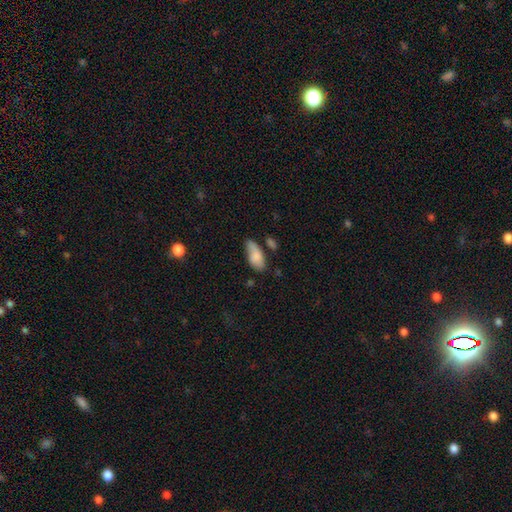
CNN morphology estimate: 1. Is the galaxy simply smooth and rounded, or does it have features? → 80% smooth, 13% featured or disk, 7% star or artifact.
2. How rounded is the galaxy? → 86% in between, 11% cigar-shaped, 3% round.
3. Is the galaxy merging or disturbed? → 48% none, 32% minor disturbance, 10% major disturbance, 9% merger.